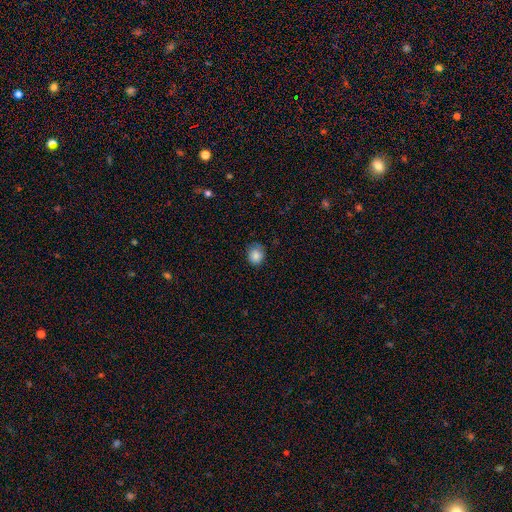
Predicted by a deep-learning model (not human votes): This is clearly a smooth galaxy (84%). How rounded: likely round (70%). Merging: likely none (73%).